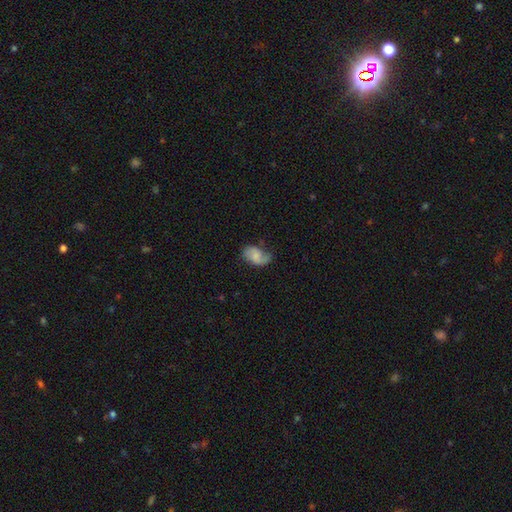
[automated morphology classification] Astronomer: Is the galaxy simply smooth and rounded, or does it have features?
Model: featured or disk — 52% (runner-up: smooth, 40%).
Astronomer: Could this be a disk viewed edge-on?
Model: no — 97%.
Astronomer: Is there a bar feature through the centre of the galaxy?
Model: no — 54% (runner-up: weak, 39%).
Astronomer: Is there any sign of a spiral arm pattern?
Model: yes — 90%.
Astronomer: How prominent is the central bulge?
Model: small — 35% (runner-up: none, 33%).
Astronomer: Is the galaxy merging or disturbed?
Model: none — 57%.